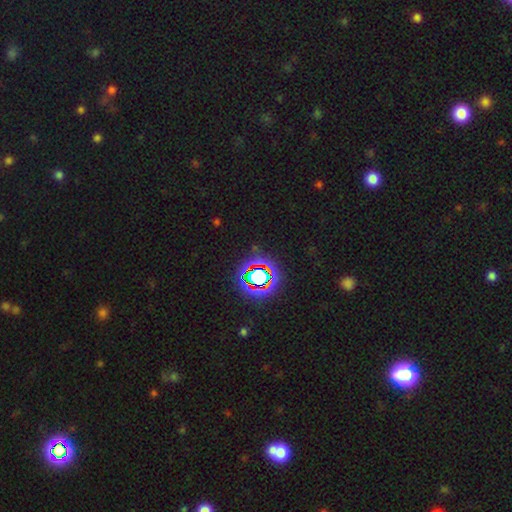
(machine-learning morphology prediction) smooth_or_featured: star or artifact (p=0.66) [alt: smooth p=0.22]